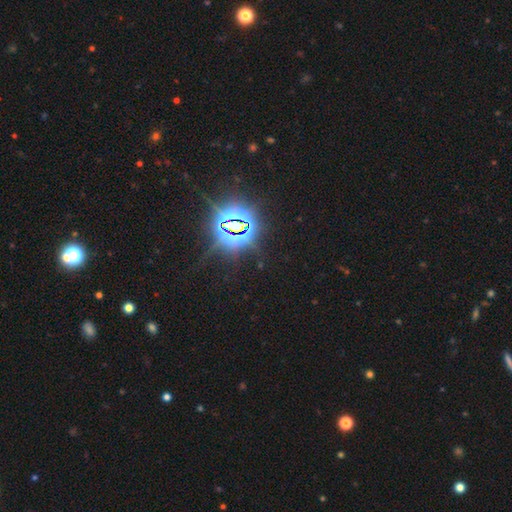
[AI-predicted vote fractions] The model was most divided on "smooth or featured": star or artifact: 86%, smooth: 8%, featured or disk: 6%.